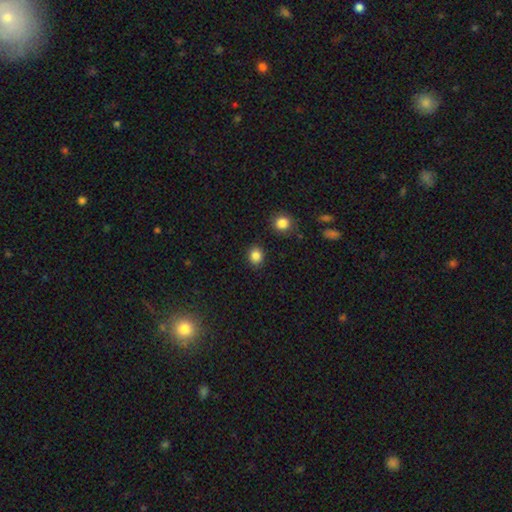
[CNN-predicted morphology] type=smooth (85%); roundness=round (72%); merging=none (88%).